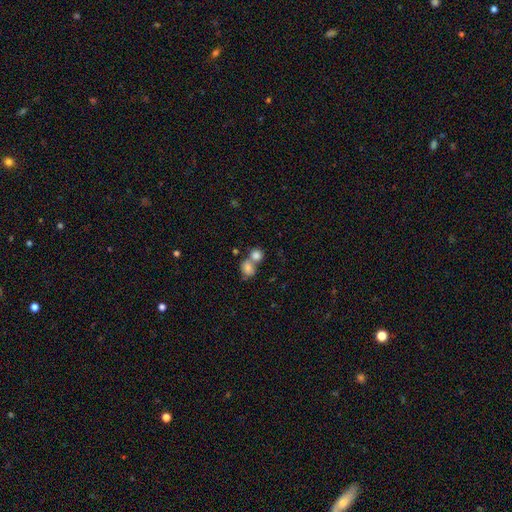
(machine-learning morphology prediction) Smooth or featured? smooth (80%)
How rounded? round (76%)
Merging? merger (54%)